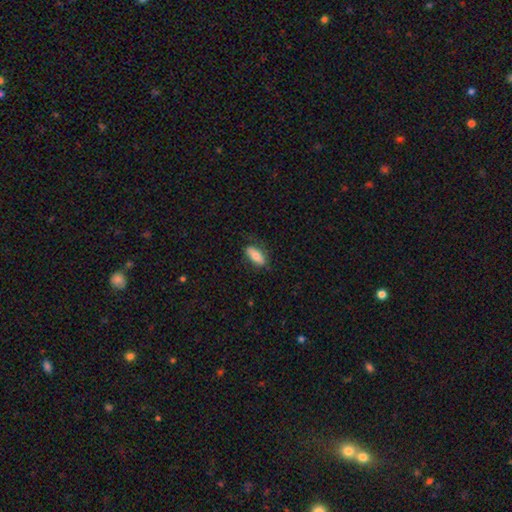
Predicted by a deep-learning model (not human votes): Smooth or featured? Predicted: smooth (p=0.74). How rounded? Predicted: in between (p=0.79). Merging? Predicted: none (p=0.72).